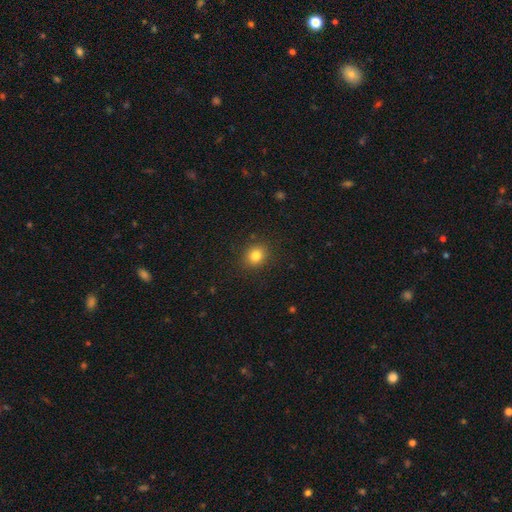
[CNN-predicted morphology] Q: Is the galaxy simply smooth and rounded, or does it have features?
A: smooth — 81%.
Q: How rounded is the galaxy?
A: round — 73%.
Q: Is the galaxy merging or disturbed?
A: none — 89%.